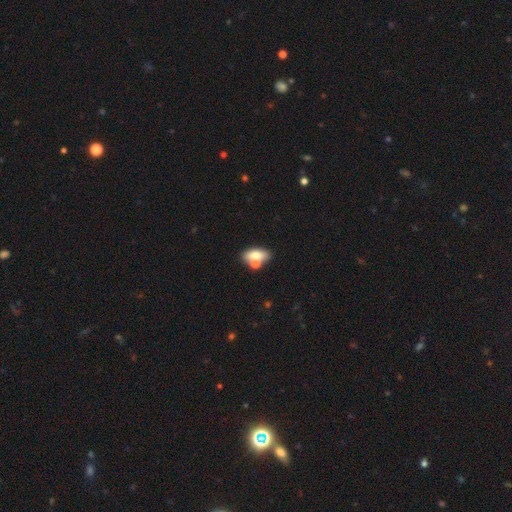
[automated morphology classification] Overall: smooth (67%). How rounded: in between (79%). Merging: none (49%; merger 35%).